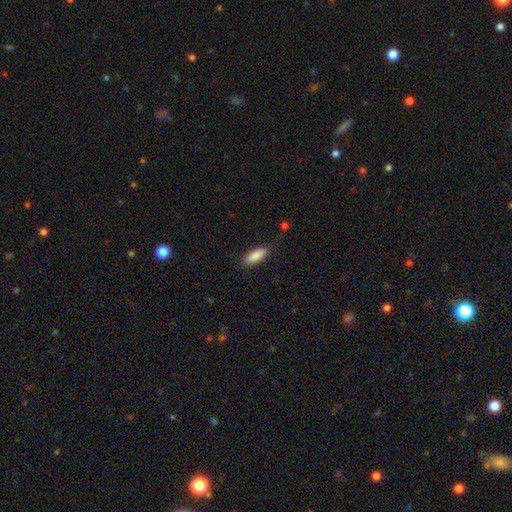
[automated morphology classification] Smooth or featured?
  - smooth: 88% *
  - star or artifact: 6%
  - featured or disk: 5%
How rounded?
  - in between: 72% *
  - cigar-shaped: 27%
  - round: 2%
Merging?
  - none: 86% *
  - minor disturbance: 11%
  - major disturbance: 2%
  - merger: 1%